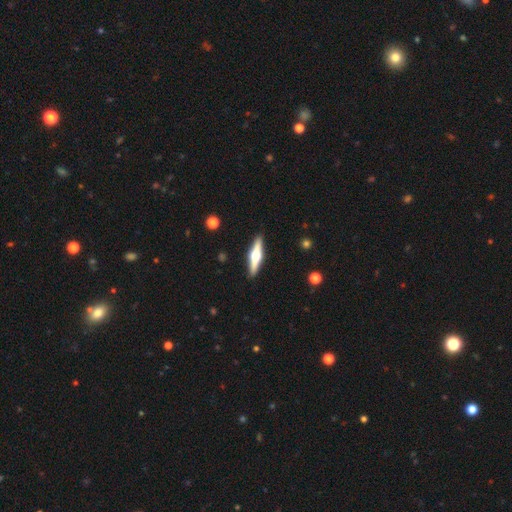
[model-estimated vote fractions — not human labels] A featured or disk galaxy (68%) viewed edge-on (97%) with a rounded central bulge (95%). Merging: none (91%).